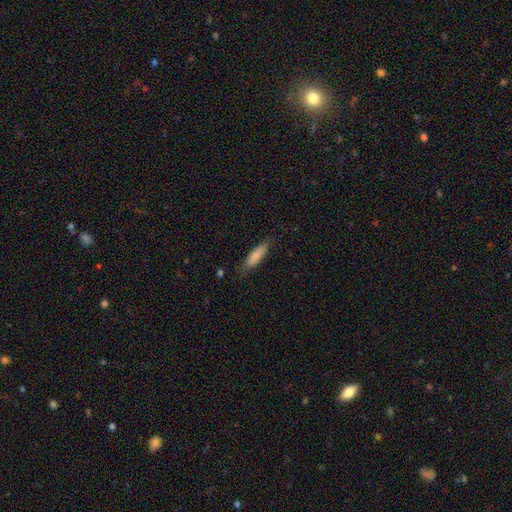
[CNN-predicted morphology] The model was most divided on "how rounded": cigar-shaped: 56%, in between: 43%, round: 1%. More confident: smooth or featured — smooth (83%); merging — none (77%).